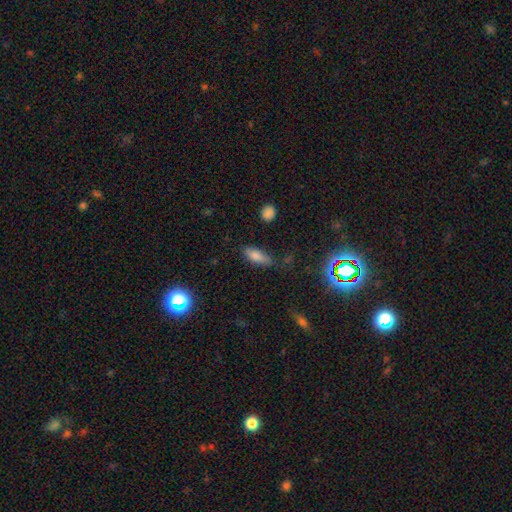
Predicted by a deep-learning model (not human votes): Overall: smooth (79%). How rounded: in between (77%). Merging: none (67%).